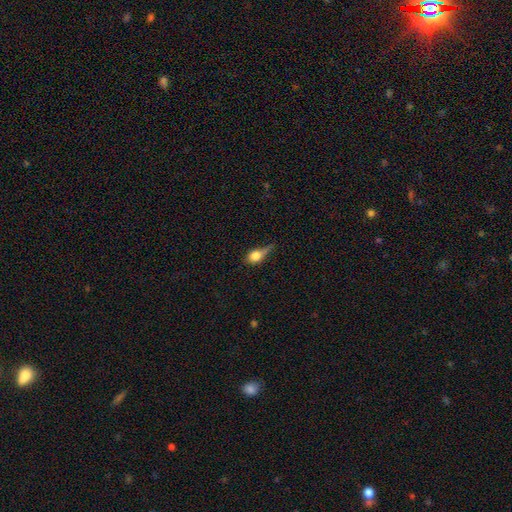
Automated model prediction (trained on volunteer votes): Smooth or featured?
  - smooth: 73% *
  - featured or disk: 18%
  - star or artifact: 10%
How rounded?
  - in between: 60% *
  - round: 30%
  - cigar-shaped: 10%
Merging?
  - minor disturbance: 37% *
  - none: 29%
  - major disturbance: 27%
  - merger: 7%